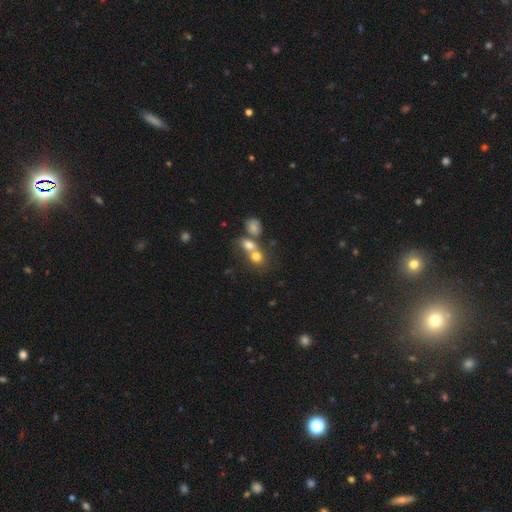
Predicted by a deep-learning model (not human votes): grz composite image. It shows a smooth galaxy with no disk features (69%) that is round (68%). Merging: merger (57%).